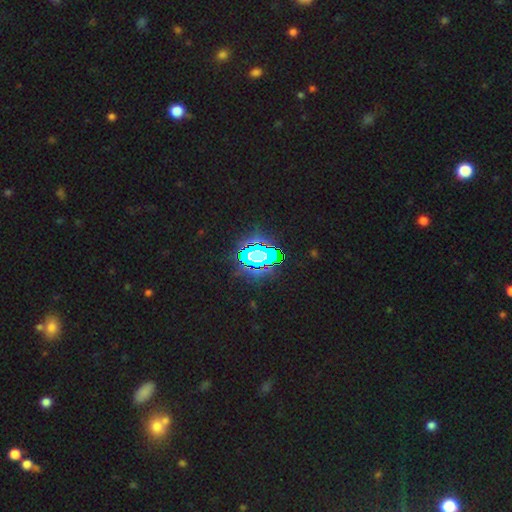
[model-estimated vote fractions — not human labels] This is likely a star or artifact rather than a galaxy (66%).